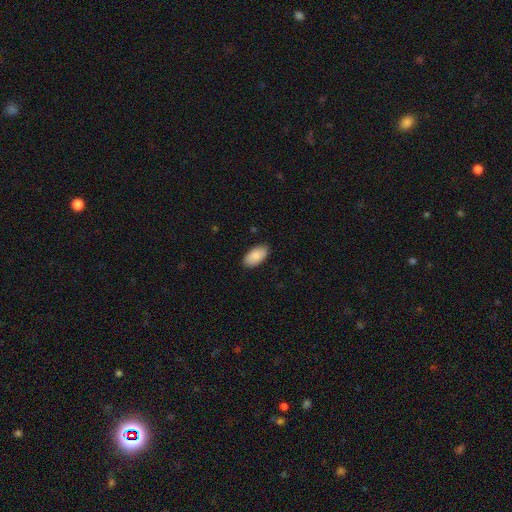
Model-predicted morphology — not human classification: A smooth galaxy with no disk features (87%) that is in between round and cigar-shaped (95%).

Vote fractions:
- Smooth or featured? smooth: 87% / featured or disk: 7% / star or artifact: 6%
- How rounded? in between: 95% / cigar-shaped: 2% / round: 2%
- Merging? none: 86% / minor disturbance: 11% / major disturbance: 2% / merger: 1%